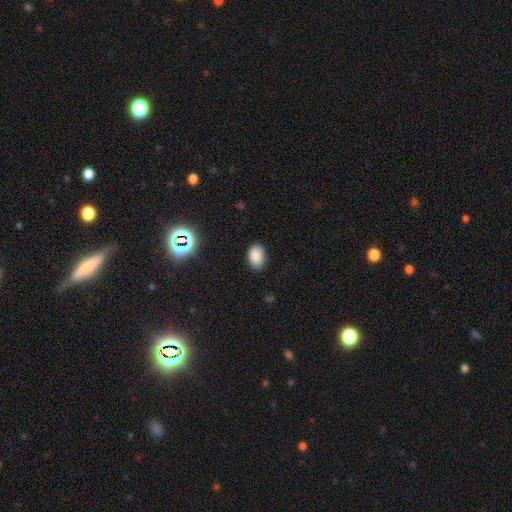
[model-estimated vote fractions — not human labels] A smooth galaxy with no disk features (85%) that is in between round and cigar-shaped (86%).

Vote fractions:
- Smooth or featured? smooth: 85% / star or artifact: 11% / featured or disk: 4%
- How rounded? in between: 86% / round: 12% / cigar-shaped: 1%
- Merging? none: 83% / minor disturbance: 13% / major disturbance: 3% / merger: 1%